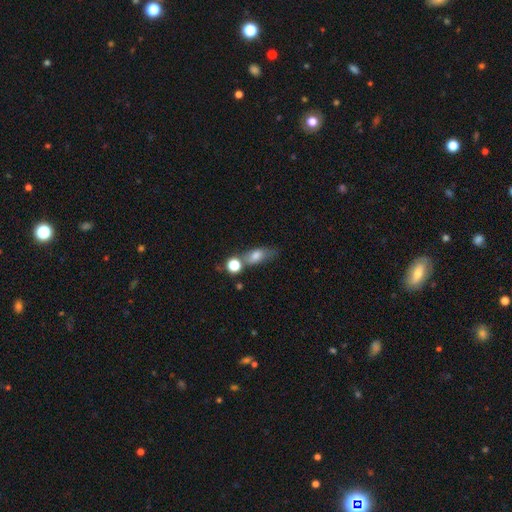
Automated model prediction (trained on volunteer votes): This is likely a smooth galaxy (67%). How rounded: likely in between (66%). Merging: possibly none (51%).